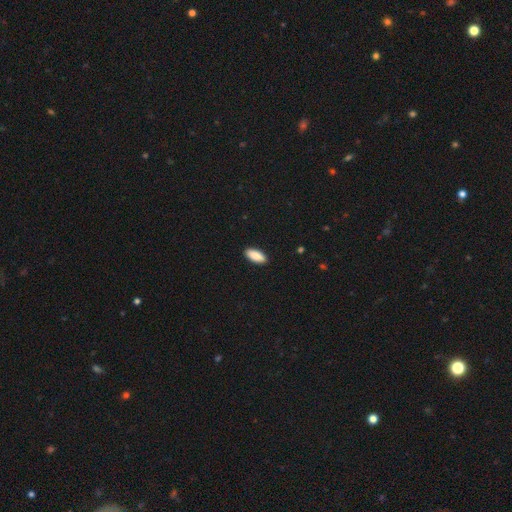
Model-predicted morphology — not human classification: type=smooth (90%); roundness=in between (87%); merging=none (91%).